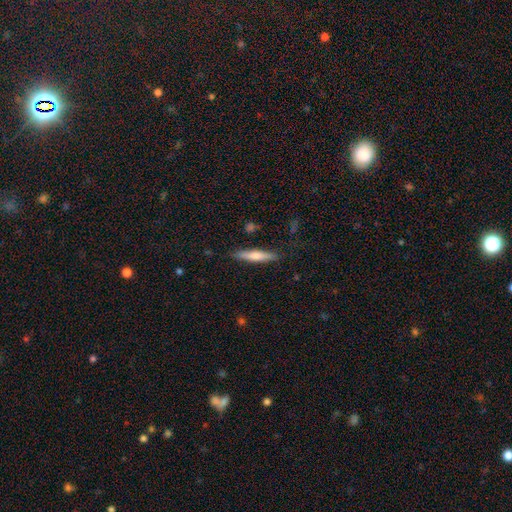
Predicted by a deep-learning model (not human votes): A smooth galaxy with no disk features (64%) that is cigar-shaped (88%).

Vote fractions:
- Smooth or featured? smooth: 64% / featured or disk: 30% / star or artifact: 6%
- How rounded? cigar-shaped: 88% / in between: 10% / round: 2%
- Merging? none: 87% / minor disturbance: 10% / major disturbance: 2% / merger: 2%